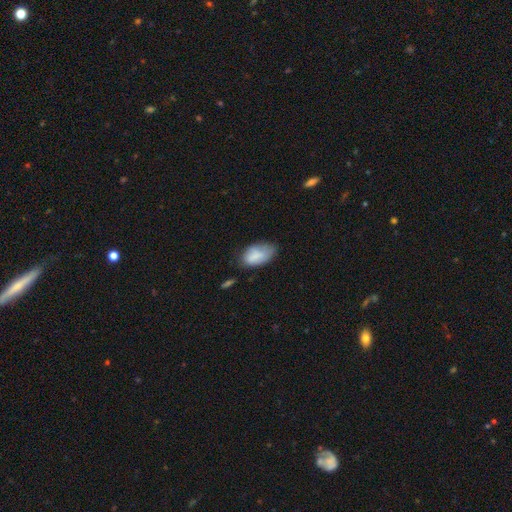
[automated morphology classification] This is clearly a smooth galaxy (81%). How rounded: clearly in between (93%). Merging: possibly none (47%).